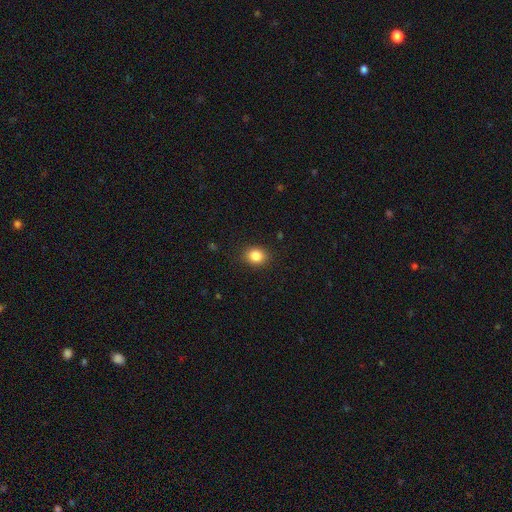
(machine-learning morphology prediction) Overall: smooth (85%). How rounded: round (62%; in between 37%). Merging: none (89%).